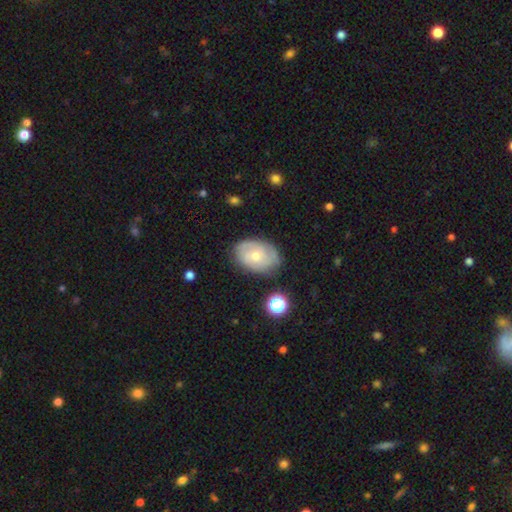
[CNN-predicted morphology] smooth_or_featured: featured or disk (p=0.52) [alt: smooth p=0.40]
disk_edge_on: no (p=0.95) [alt: yes p=0.05]
merging: none (p=0.72) [alt: minor disturbance p=0.20]